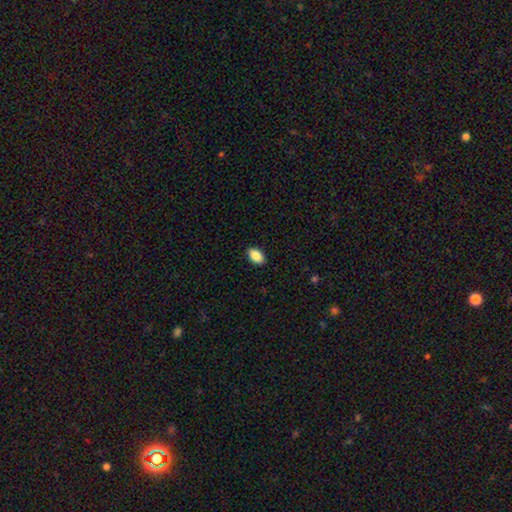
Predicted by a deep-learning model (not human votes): The model was most divided on "smooth or featured": smooth: 88%, star or artifact: 7%, featured or disk: 4%. More confident: how rounded — in between (91%); merging — none (90%).